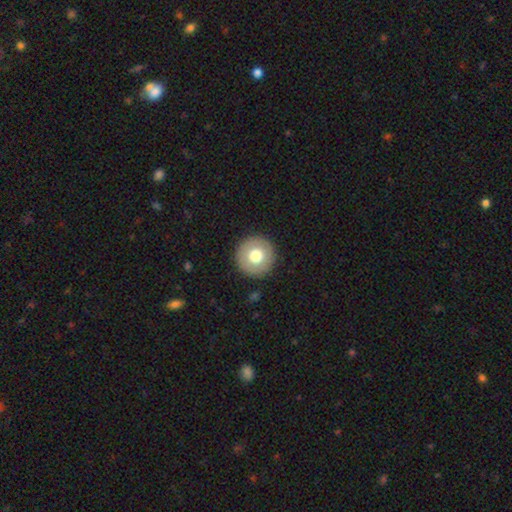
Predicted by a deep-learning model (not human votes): This is likely a smooth galaxy (72%). How rounded: clearly round (97%). Merging: clearly none (92%).